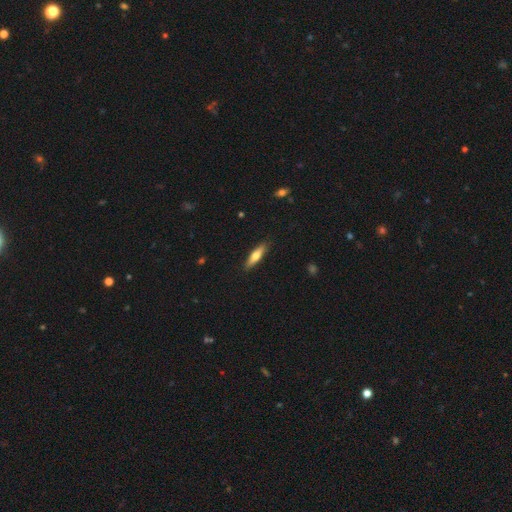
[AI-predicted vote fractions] Smooth or featured: smooth — 62% (featured or disk — 32%)
How rounded: cigar-shaped — 71% (in between — 27%)
Merging: none — 88% (minor disturbance — 9%)